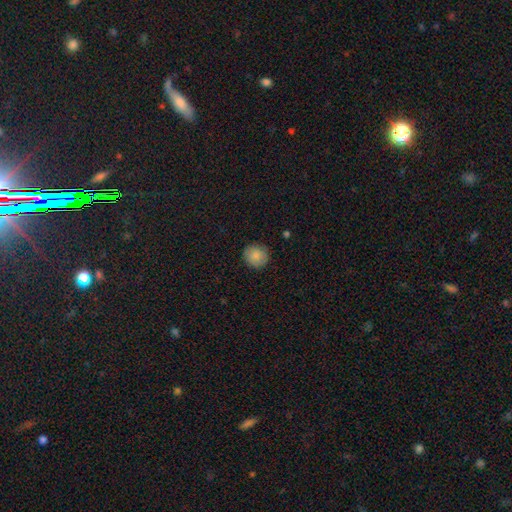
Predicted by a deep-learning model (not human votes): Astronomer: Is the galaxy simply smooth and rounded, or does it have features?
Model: smooth — 86%.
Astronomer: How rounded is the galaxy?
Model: round — 90%.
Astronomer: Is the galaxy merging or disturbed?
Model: none — 87%.